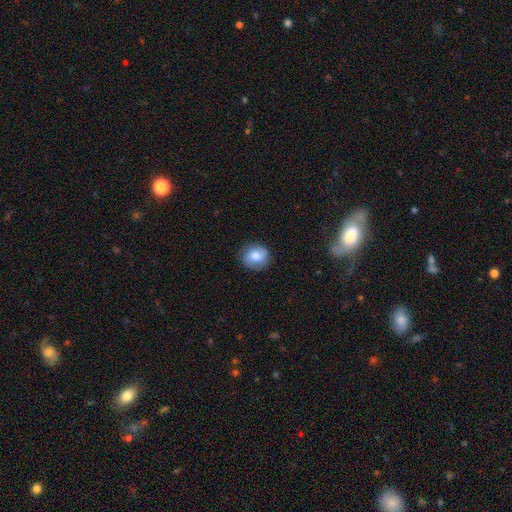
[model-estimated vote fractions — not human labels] smooth 71%, featured or disk 20%, star or artifact 9%. Down the decision tree: how rounded — round (78%); merging — none (83%).